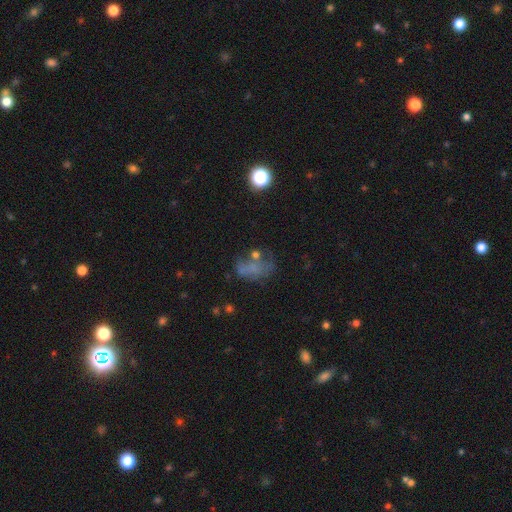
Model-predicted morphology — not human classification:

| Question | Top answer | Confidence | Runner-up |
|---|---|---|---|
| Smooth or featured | smooth | 47% | featured or disk (32%) |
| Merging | major disturbance | 32% | none (31%) |